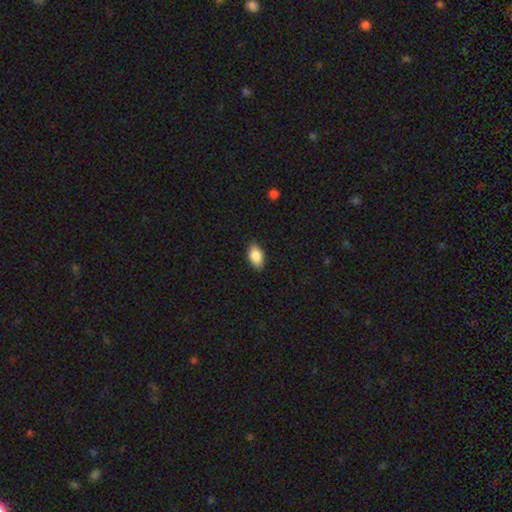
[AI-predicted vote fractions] The model was most divided on "merging": none: 86%, minor disturbance: 11%, major disturbance: 2%, merger: 1%. More confident: how rounded — in between (91%); smooth or featured — smooth (84%).